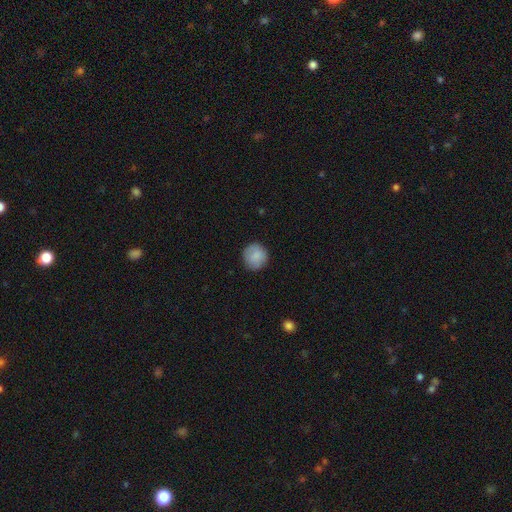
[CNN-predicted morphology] Smooth or featured: smooth — 85% (featured or disk — 8%)
How rounded: round — 93% (in between — 6%)
Merging: none — 87% (minor disturbance — 10%)